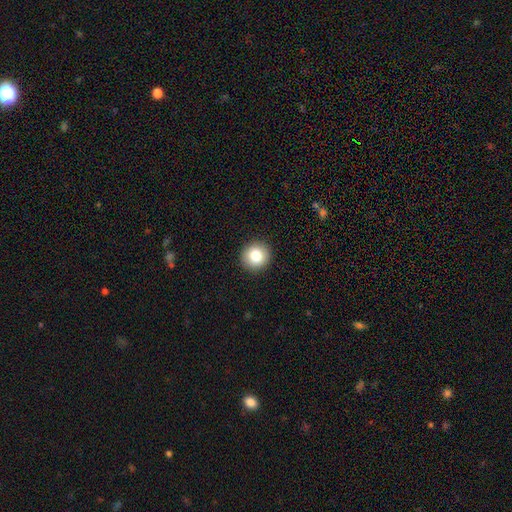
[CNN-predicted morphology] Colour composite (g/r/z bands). It shows a smooth galaxy with no disk features (82%) that is round (92%). Merging: none (93%).